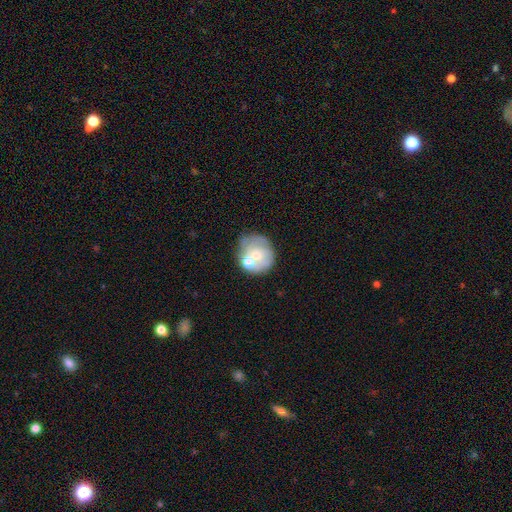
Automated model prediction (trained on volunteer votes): The model was most divided on "smooth or featured": smooth: 49%, featured or disk: 43%, star or artifact: 8%. Remaining: merging — none (49%).